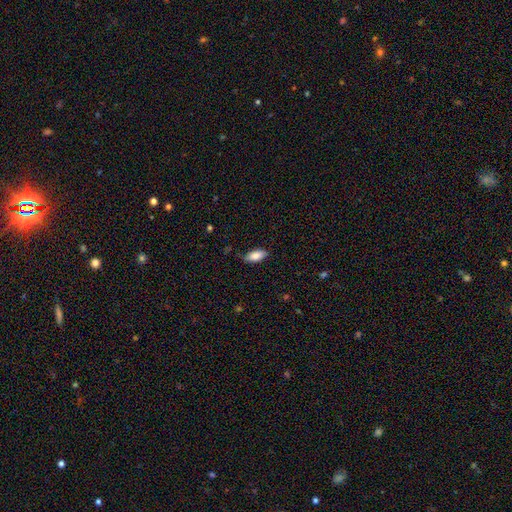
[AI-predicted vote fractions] This is clearly a smooth galaxy (83%). How rounded: clearly in between (87%). Merging: clearly none (81%).